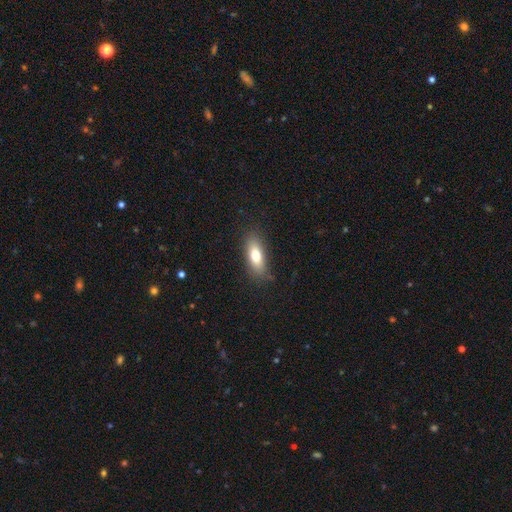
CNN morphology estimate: This is likely a smooth galaxy (74%). How rounded: likely in between (72%). Merging: clearly none (82%).